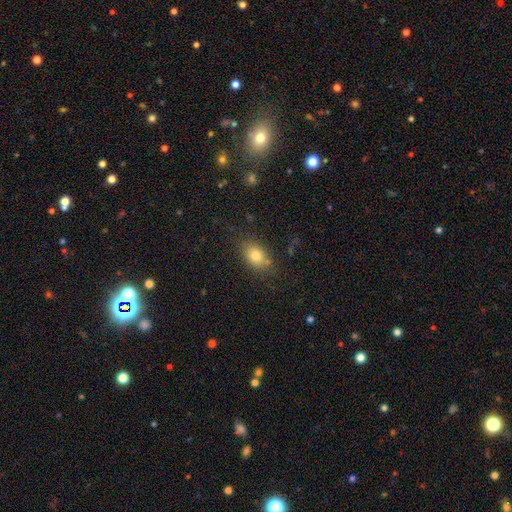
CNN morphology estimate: Smooth or featured? Predicted: smooth (p=0.80). How rounded? Predicted: in between (p=0.76). Merging? Predicted: none (p=0.75).